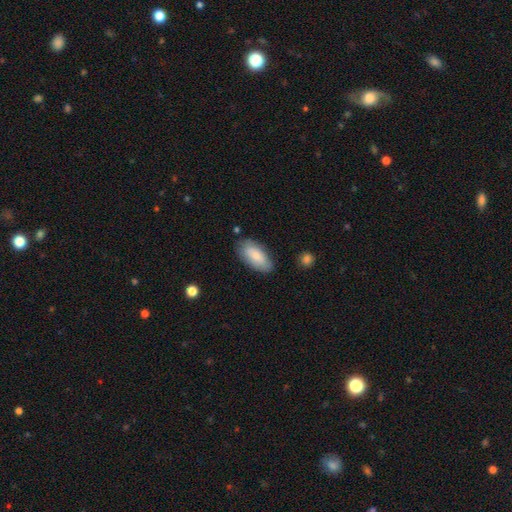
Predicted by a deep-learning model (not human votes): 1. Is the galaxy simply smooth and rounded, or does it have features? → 79% smooth, 15% featured or disk, 6% star or artifact.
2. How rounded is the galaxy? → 91% in between, 7% cigar-shaped, 2% round.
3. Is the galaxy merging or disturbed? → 80% none, 15% minor disturbance, 3% major disturbance, 2% merger.